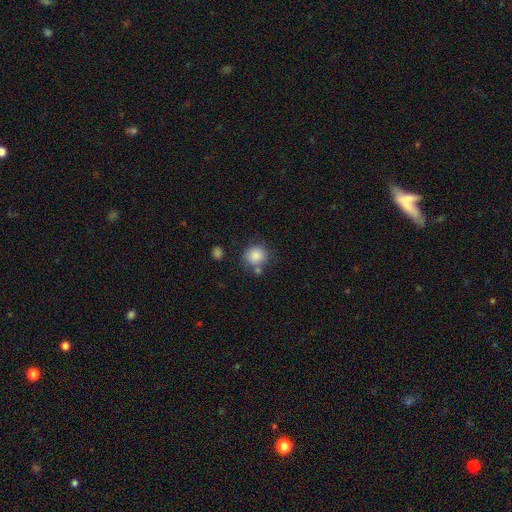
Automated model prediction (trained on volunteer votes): smooth 86%, star or artifact 9%, featured or disk 5%. Down the decision tree: how rounded — round (86%); merging — none (69%).